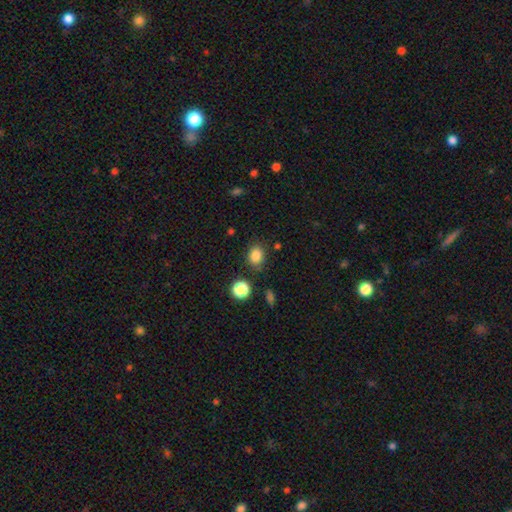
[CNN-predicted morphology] Overall: smooth (84%). How rounded: in between (52%; round 47%). Merging: none (79%).